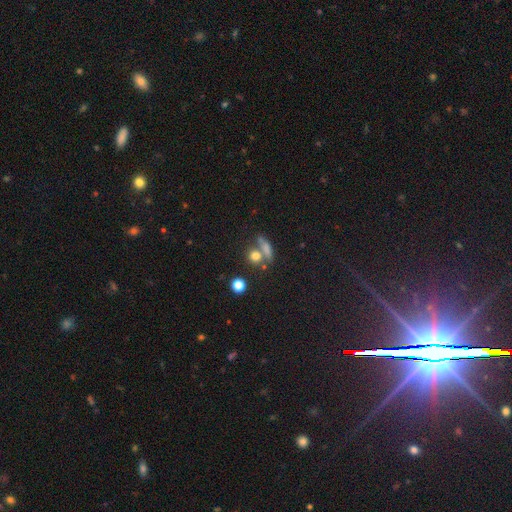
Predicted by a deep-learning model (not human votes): The model was most divided on "merging": none: 54%, merger: 30%, minor disturbance: 10%, major disturbance: 6%. More confident: smooth or featured — smooth (73%); how rounded — round (70%).